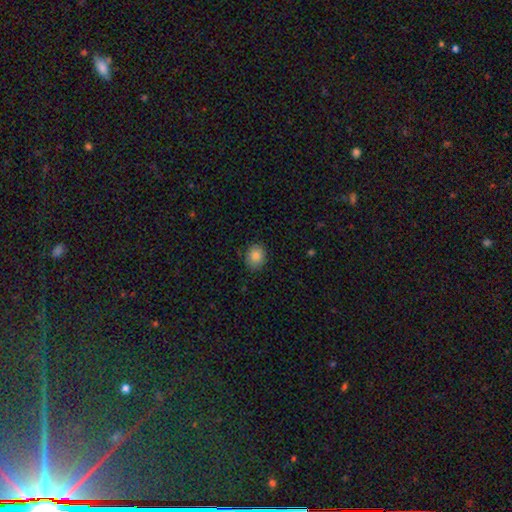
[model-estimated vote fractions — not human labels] A smooth galaxy with no disk features (84%) that is round (65%).

Vote fractions:
- Smooth or featured? smooth: 84% / star or artifact: 9% / featured or disk: 7%
- How rounded? round: 65% / in between: 34% / cigar-shaped: 1%
- Merging? none: 87% / minor disturbance: 10% / major disturbance: 2% / merger: 1%